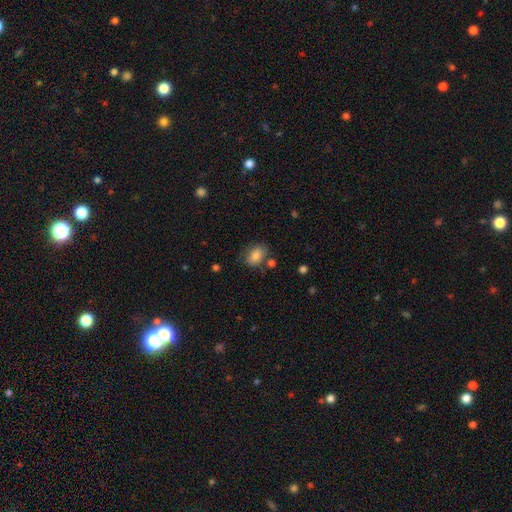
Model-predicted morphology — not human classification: Smooth or featured? Predicted: smooth (p=0.82). How rounded? Predicted: in between (p=0.81). Merging? Predicted: none (p=0.72).